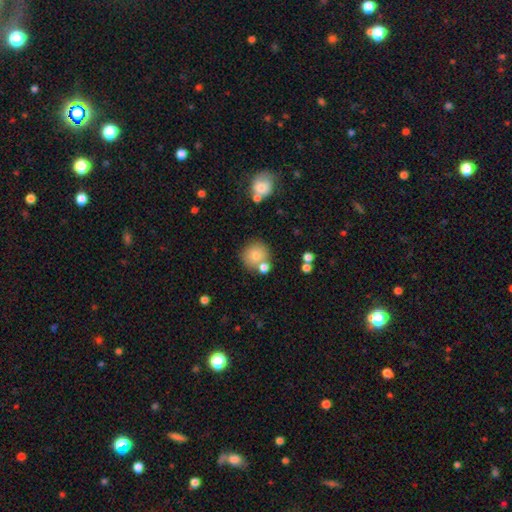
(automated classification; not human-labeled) The model was most divided on "merging": none: 66%, merger: 19%, minor disturbance: 11%, major disturbance: 4%. More confident: how rounded — round (90%); smooth or featured — smooth (79%).